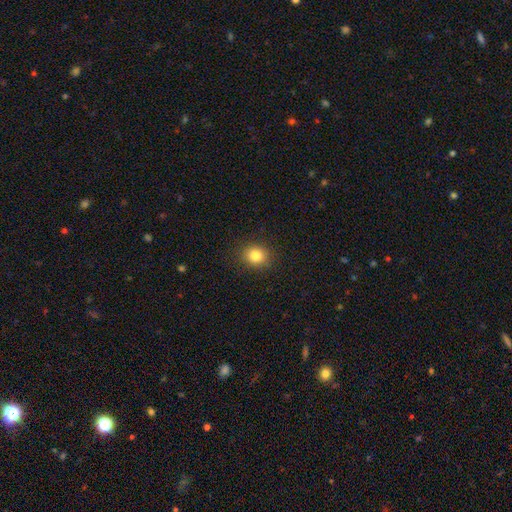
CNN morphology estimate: Smooth or featured? Predicted: smooth (p=0.83). How rounded? Predicted: round (p=0.78). Merging? Predicted: none (p=0.90).